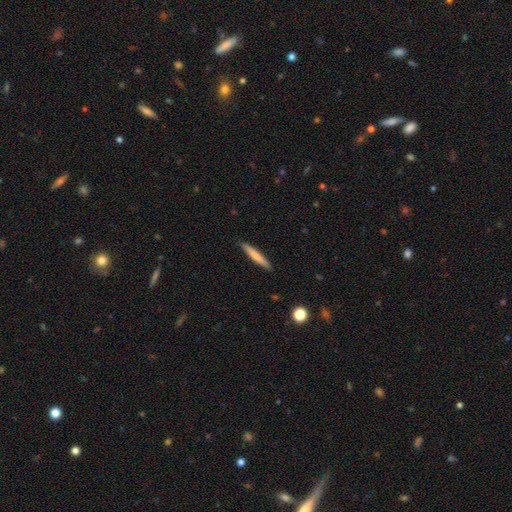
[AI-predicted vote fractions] Smooth or featured? Predicted: smooth (p=0.73). How rounded? Predicted: cigar-shaped (p=0.95). Merging? Predicted: none (p=0.90).